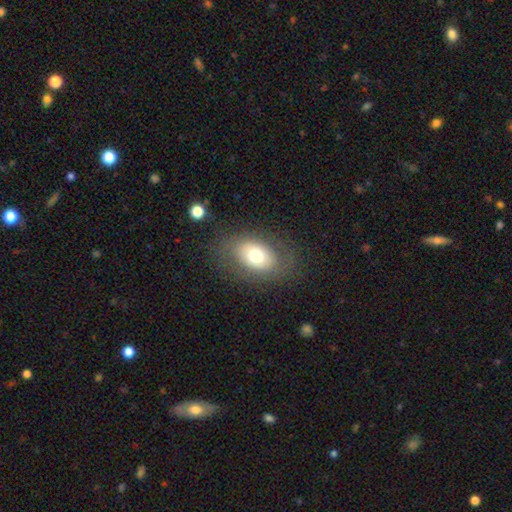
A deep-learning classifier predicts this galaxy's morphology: smooth 68%, featured or disk 22%, star or artifact 10%. Down the decision tree: how rounded — in between (79%); merging — none (79%).